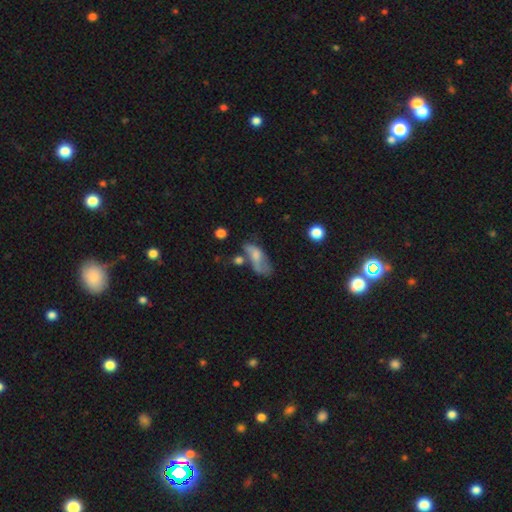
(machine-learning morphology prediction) Overall: smooth (56%; featured or disk 35%). How rounded: in between (80%). Merging: major disturbance (29%; none 28%).